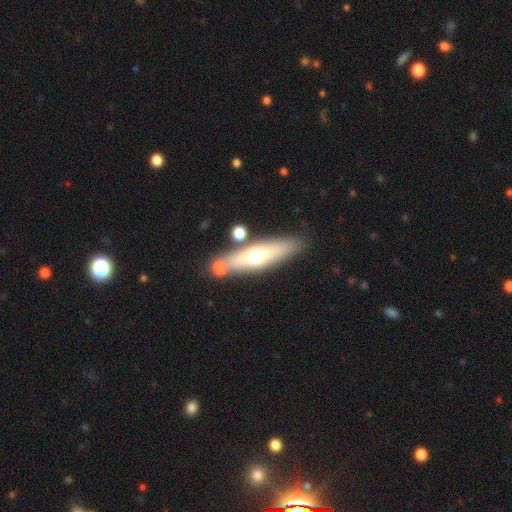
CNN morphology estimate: A smooth galaxy with no disk features (51%) that is cigar-shaped (70%). Merging: none (75%).